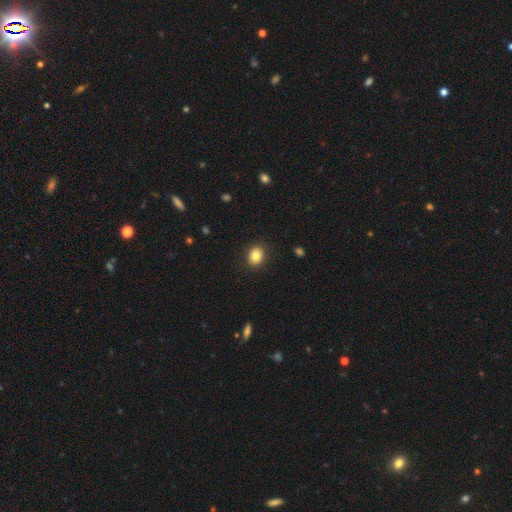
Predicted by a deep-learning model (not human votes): A smooth galaxy with no disk features (84%) that is round (55%).

Vote fractions:
- Smooth or featured? smooth: 84% / star or artifact: 9% / featured or disk: 7%
- How rounded? round: 55% / in between: 44% / cigar-shaped: 1%
- Merging? none: 89% / minor disturbance: 8% / major disturbance: 2% / merger: 1%